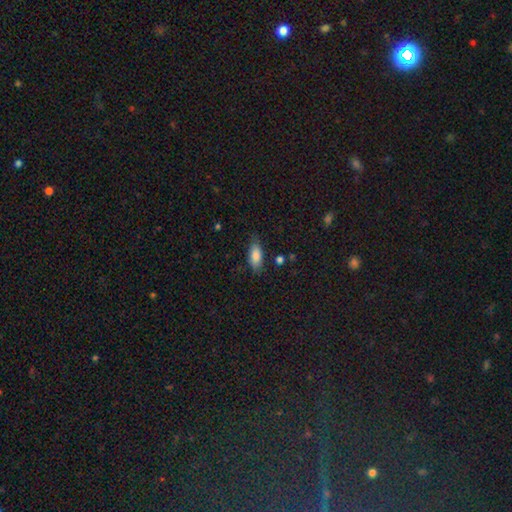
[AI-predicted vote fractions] A smooth galaxy with no disk features (86%) that is in between round and cigar-shaped (83%).

Vote fractions:
- Smooth or featured? smooth: 86% / featured or disk: 7% / star or artifact: 7%
- How rounded? in between: 83% / cigar-shaped: 14% / round: 2%
- Merging? none: 78% / minor disturbance: 17% / major disturbance: 4% / merger: 2%